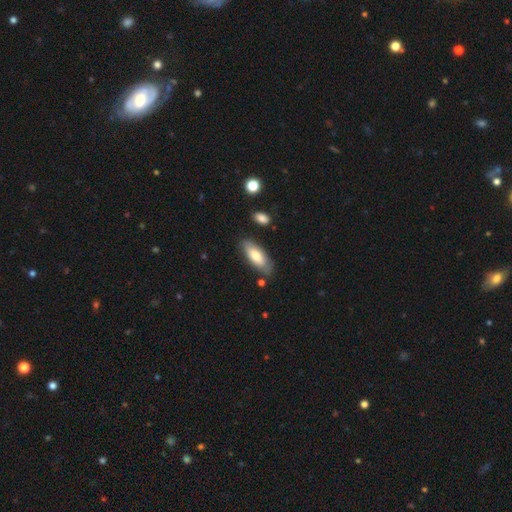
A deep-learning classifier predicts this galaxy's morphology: smooth 73%, featured or disk 21%, star or artifact 6%. Down the decision tree: how rounded — in between (76%); merging — none (78%).